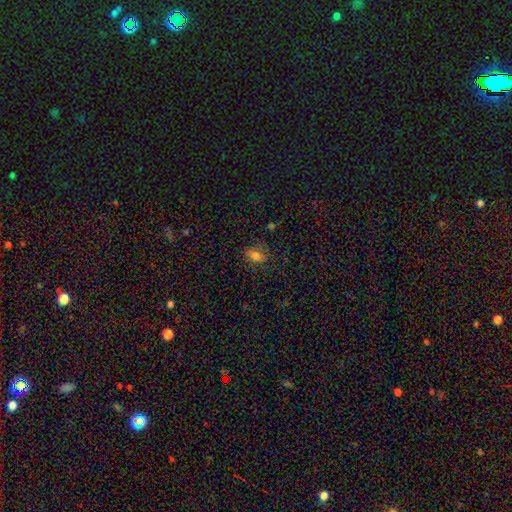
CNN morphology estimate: Q: Smooth or featured?
A: smooth (75%); runner-up: star or artifact (14%)
Q: How rounded?
A: in between (77%); runner-up: round (21%)
Q: Merging?
A: none (72%); runner-up: minor disturbance (19%)